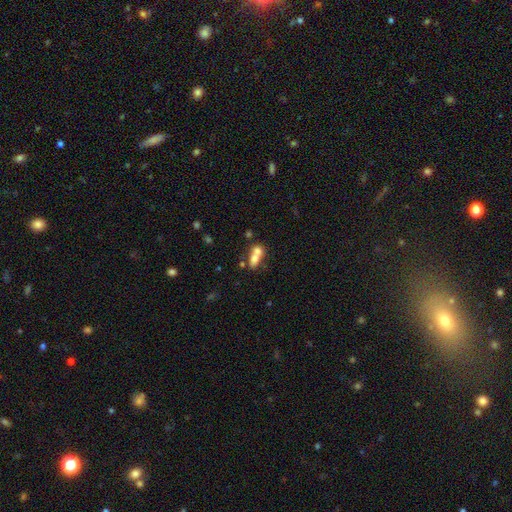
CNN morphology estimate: This is likely a smooth galaxy (68%). How rounded: possibly in between (59%). Merging: likely merger (69%).